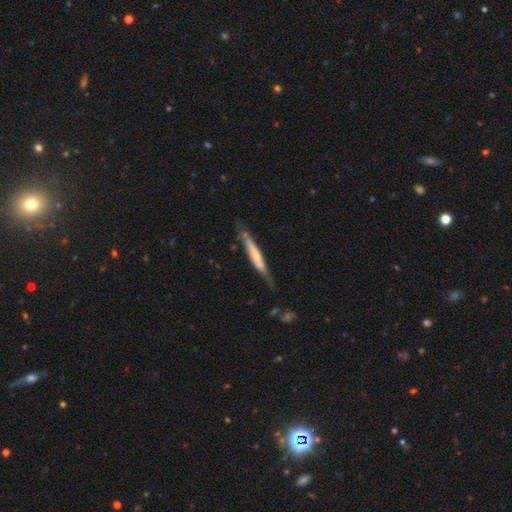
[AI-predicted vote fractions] Smooth or featured? Predicted: featured or disk (p=0.49). Merging? Predicted: none (p=0.64).